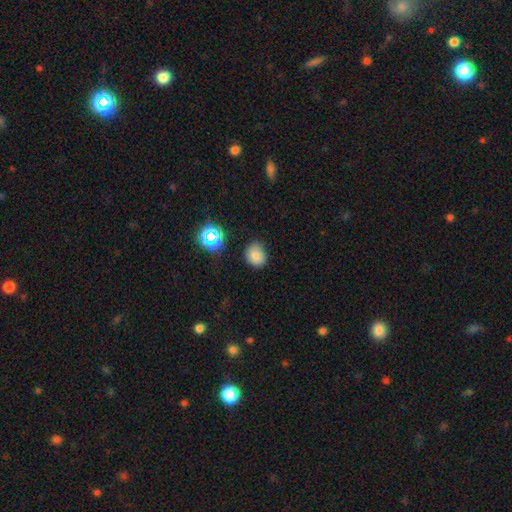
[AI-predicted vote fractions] smooth_or_featured: smooth (p=0.78) [alt: star or artifact p=0.16]
how_rounded: round (p=0.70) [alt: in between p=0.29]
merging: none (p=0.79) [alt: minor disturbance p=0.15]